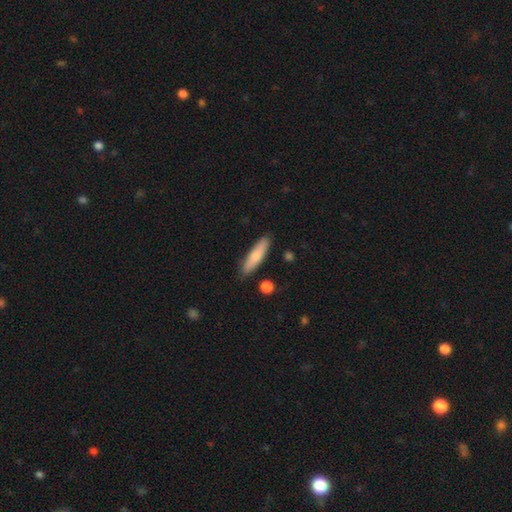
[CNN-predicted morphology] Smooth or featured? Predicted: smooth (p=0.75). How rounded? Predicted: cigar-shaped (p=0.74). Merging? Predicted: none (p=0.85).